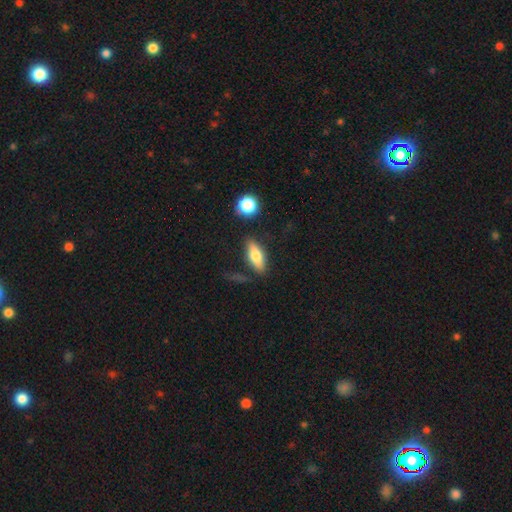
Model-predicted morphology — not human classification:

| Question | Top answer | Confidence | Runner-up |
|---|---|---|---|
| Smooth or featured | smooth | 62% | featured or disk (30%) |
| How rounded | in between | 63% | cigar-shaped (32%) |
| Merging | none | 77% | minor disturbance (13%) |